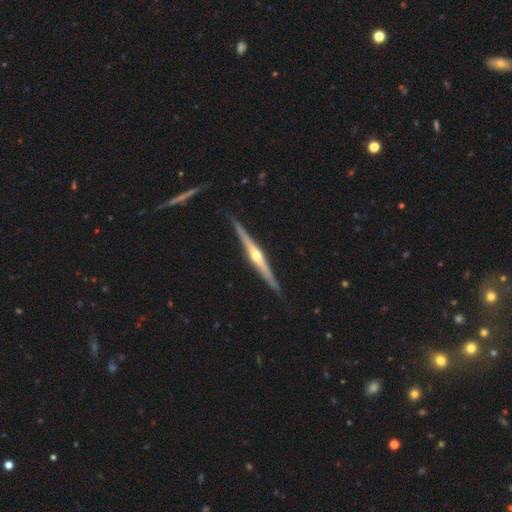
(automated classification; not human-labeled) The model was most divided on "smooth or featured": featured or disk: 79%, smooth: 16%, star or artifact: 5%. More confident: edge-on disk — yes (98%); edge-on bulge — rounded (90%); merging — none (89%).